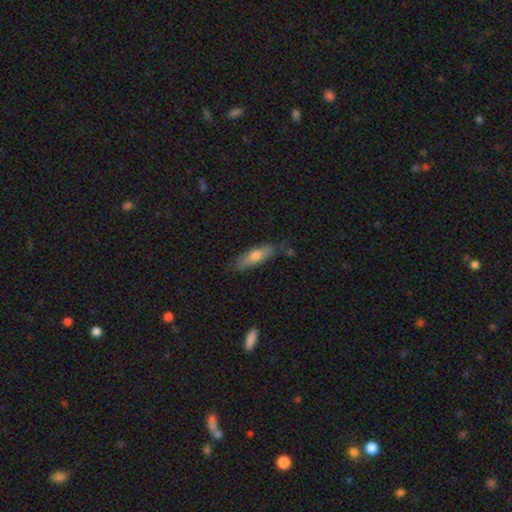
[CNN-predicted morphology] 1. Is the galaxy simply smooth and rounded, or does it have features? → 63% smooth, 30% featured or disk, 6% star or artifact.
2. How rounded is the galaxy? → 59% cigar-shaped, 39% in between, 2% round.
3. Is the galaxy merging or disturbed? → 72% none, 20% minor disturbance, 4% major disturbance, 3% merger.